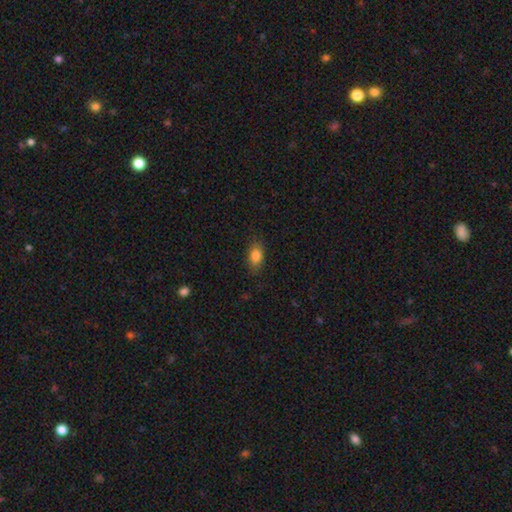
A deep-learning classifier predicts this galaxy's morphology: Smooth or featured? Predicted: smooth (p=0.83). How rounded? Predicted: in between (p=0.83). Merging? Predicted: none (p=0.82).